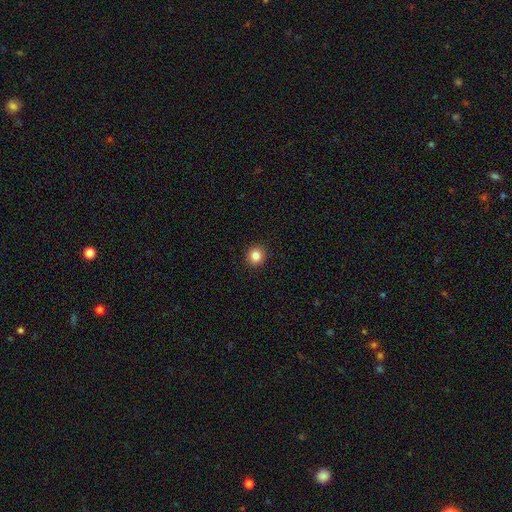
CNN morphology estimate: This appears to be a smooth galaxy with no disk features (85%) that is round (93%). Merging: none (93%).